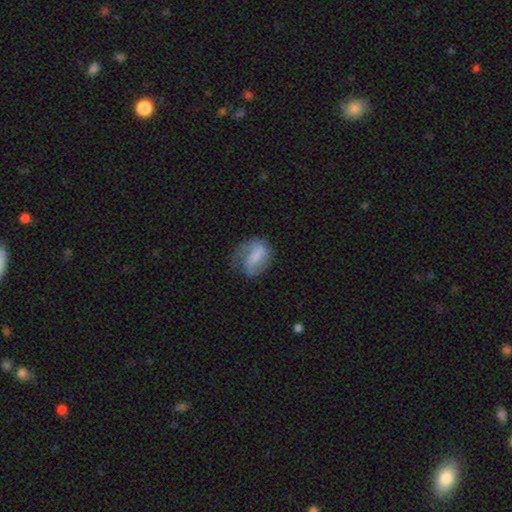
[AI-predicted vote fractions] This is possibly a smooth galaxy (52%). How rounded: likely in between (68%). Merging: marginally none (41%).